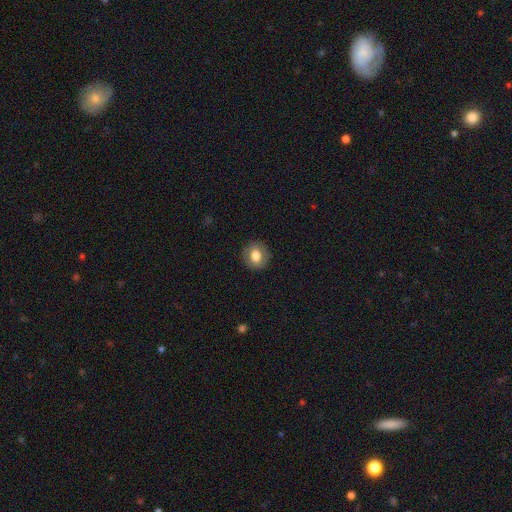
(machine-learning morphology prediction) A smooth galaxy with no disk features (73%) that is round (70%). Merging: none (87%).